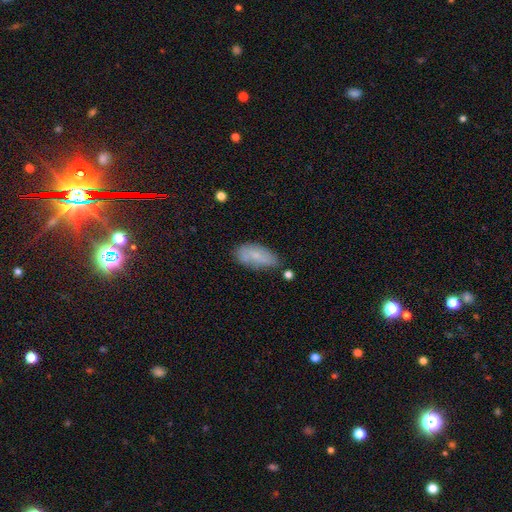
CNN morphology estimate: smooth_or_featured: smooth (p=0.67) [alt: featured or disk p=0.25]
how_rounded: in between (p=0.87) [alt: cigar-shaped p=0.10]
merging: none (p=0.60) [alt: minor disturbance p=0.26]